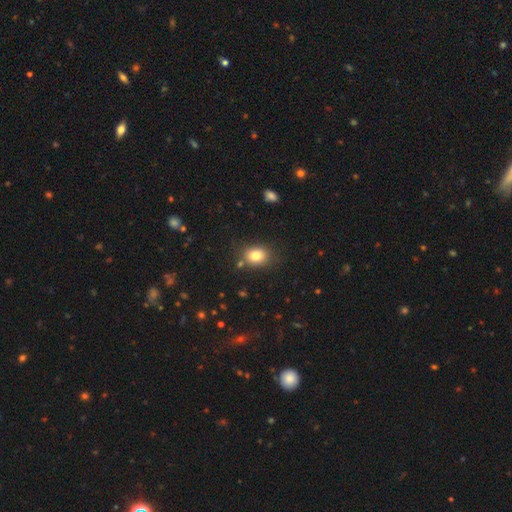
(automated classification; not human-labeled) This is clearly a smooth galaxy (81%). How rounded: possibly in between (58%). Merging: likely none (80%).